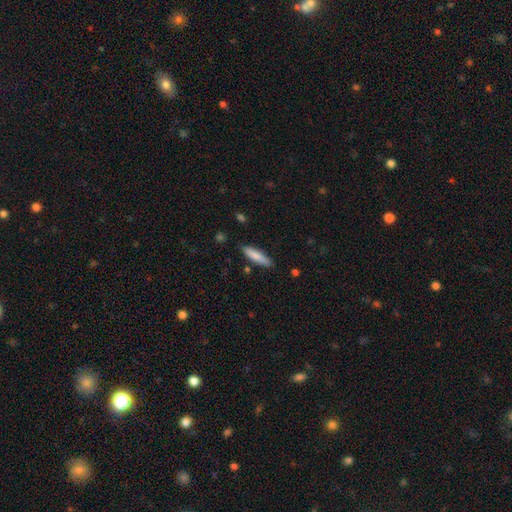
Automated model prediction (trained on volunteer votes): smooth-or-featured: smooth: 78% | featured or disk: 16% | star or artifact: 6%
  how-rounded: cigar-shaped: 76% | in between: 23% | round: 2%
  merging: none: 85% | minor disturbance: 11% | major disturbance: 2% | merger: 2%